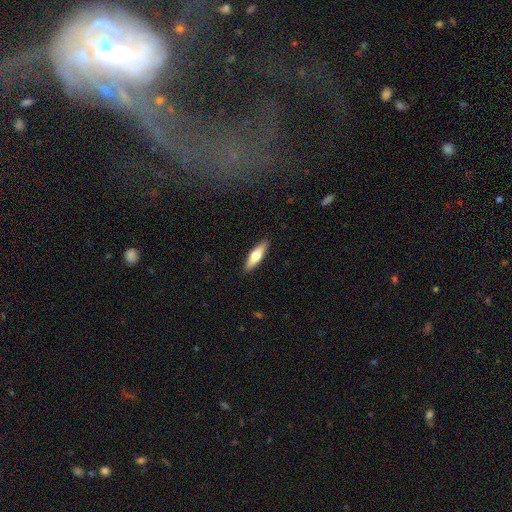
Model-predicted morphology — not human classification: This appears to be a smooth galaxy with no disk features (58%) that is cigar-shaped (66%). Merging: none (90%).